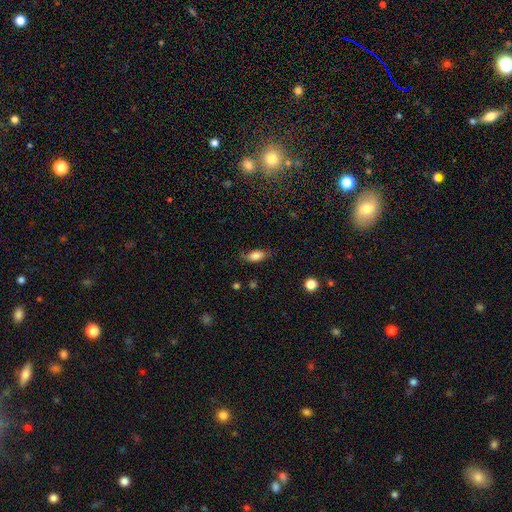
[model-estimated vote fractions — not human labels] smooth 79%, featured or disk 13%, star or artifact 8%. Down the decision tree: how rounded — in between (82%); merging — none (66%).